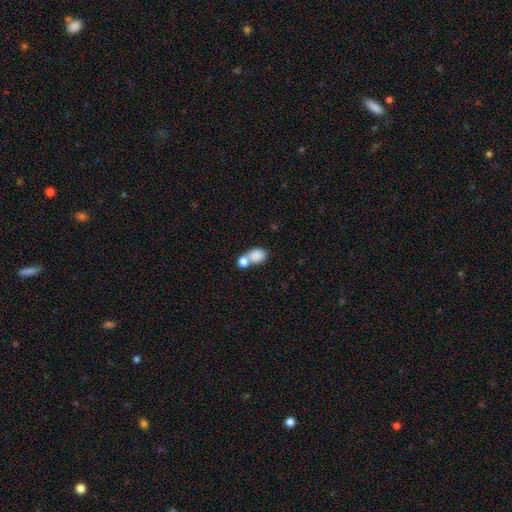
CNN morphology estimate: smooth-or-featured: smooth: 82% | featured or disk: 9% | star or artifact: 9%
  how-rounded: in between: 61% | round: 37% | cigar-shaped: 2%
  merging: merger: 55% | none: 32% | minor disturbance: 9% | major disturbance: 5%